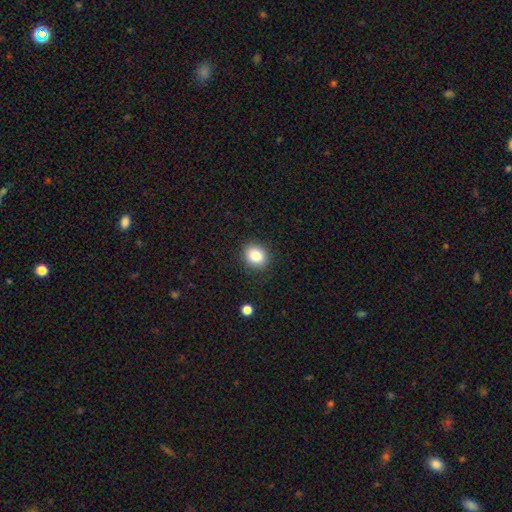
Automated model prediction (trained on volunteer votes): smooth 83%, star or artifact 10%, featured or disk 7%. Down the decision tree: how rounded — round (71%); merging — none (90%).